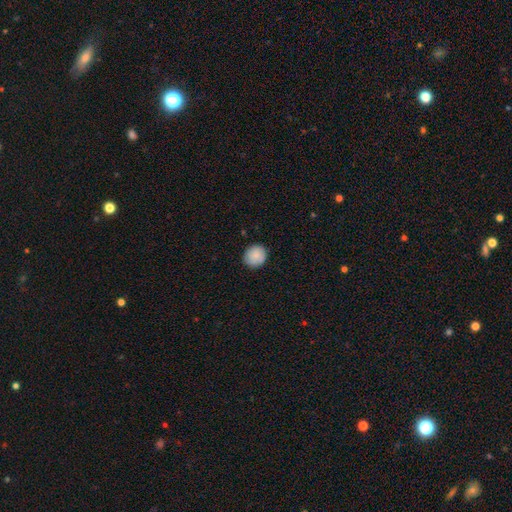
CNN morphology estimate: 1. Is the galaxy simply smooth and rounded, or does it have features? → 86% smooth, 7% star or artifact, 7% featured or disk.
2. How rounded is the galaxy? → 83% round, 17% in between, 1% cigar-shaped.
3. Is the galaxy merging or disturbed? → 85% none, 12% minor disturbance, 2% major disturbance, 1% merger.